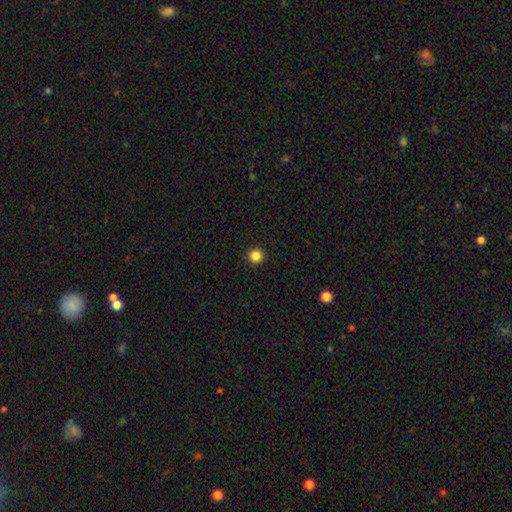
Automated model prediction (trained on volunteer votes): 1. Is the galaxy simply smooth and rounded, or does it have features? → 85% smooth, 12% star or artifact, 3% featured or disk.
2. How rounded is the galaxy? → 95% round, 4% in between, 1% cigar-shaped.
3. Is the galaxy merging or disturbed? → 94% none, 4% minor disturbance, 1% major disturbance, 1% merger.